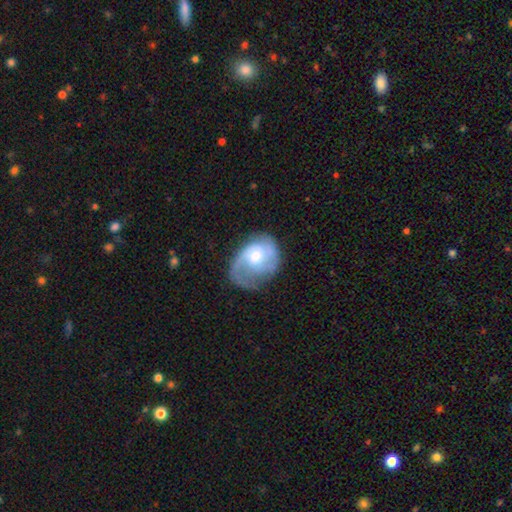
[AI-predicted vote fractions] Morphology: type=featured or disk (68%); edge-on=no (97%); bar=no (68%); spiral arms=yes (86%); winding=medium (42%); arm count=2 (46%); bulge=moderate (64%); merging=none (45%).